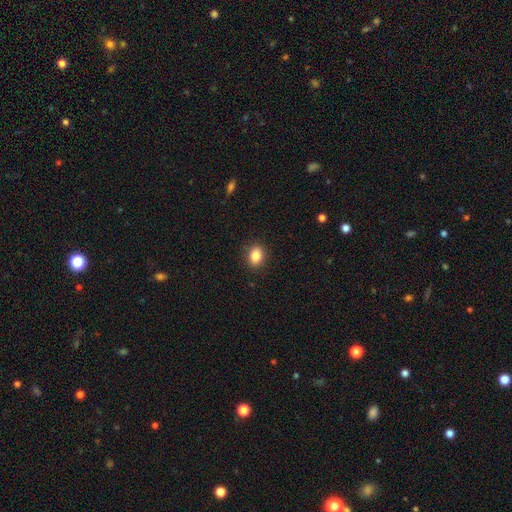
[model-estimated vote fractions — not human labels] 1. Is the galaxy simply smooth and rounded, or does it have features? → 85% smooth, 9% star or artifact, 5% featured or disk.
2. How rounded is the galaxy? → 57% in between, 41% round, 1% cigar-shaped.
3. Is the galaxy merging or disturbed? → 89% none, 8% minor disturbance, 2% major disturbance, 1% merger.